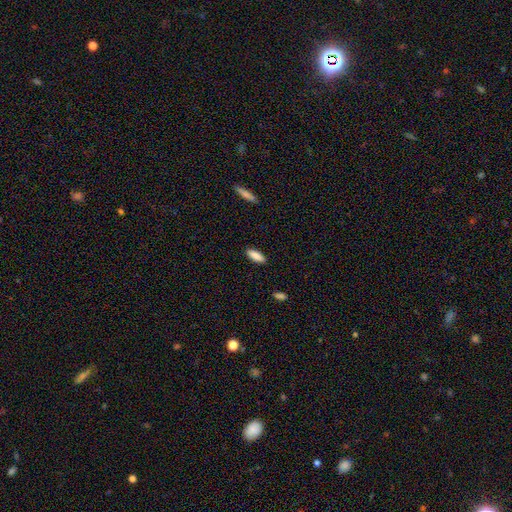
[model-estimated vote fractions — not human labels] Overall: smooth (88%). How rounded: in between (65%; cigar-shaped 33%). Merging: none (89%).